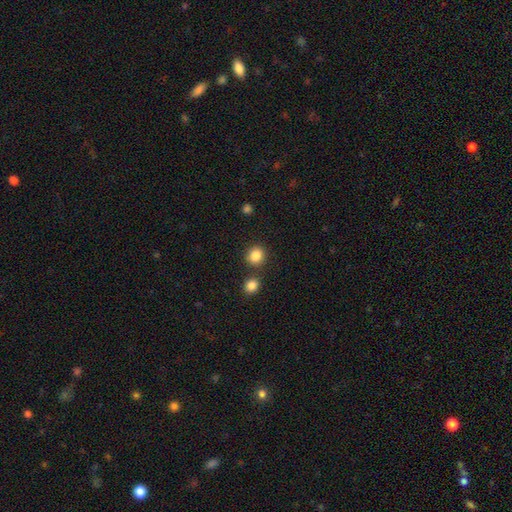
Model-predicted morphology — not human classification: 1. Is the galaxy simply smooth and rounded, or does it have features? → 86% smooth, 10% star or artifact, 4% featured or disk.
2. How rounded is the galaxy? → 85% round, 14% in between, 1% cigar-shaped.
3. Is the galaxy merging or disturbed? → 80% none, 10% merger, 8% minor disturbance, 3% major disturbance.